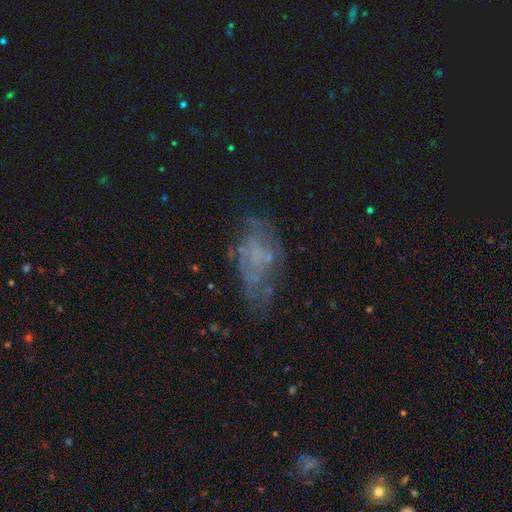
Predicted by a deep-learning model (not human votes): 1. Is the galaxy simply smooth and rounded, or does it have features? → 49% featured or disk, 30% smooth, 21% star or artifact.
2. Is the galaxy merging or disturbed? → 51% none, 23% minor disturbance, 22% major disturbance, 4% merger.